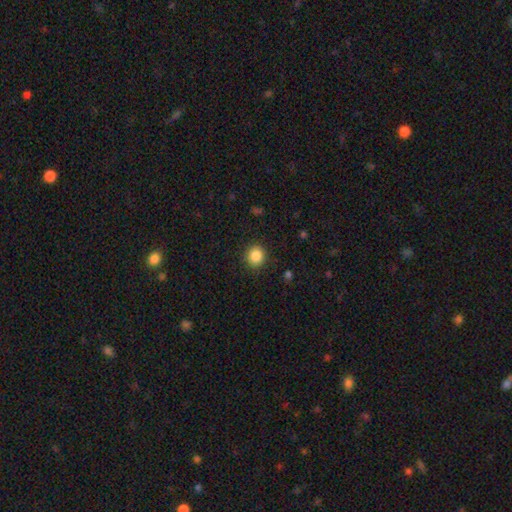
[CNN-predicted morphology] A smooth galaxy with no disk features (86%) that is round (88%). Merging: none (90%).